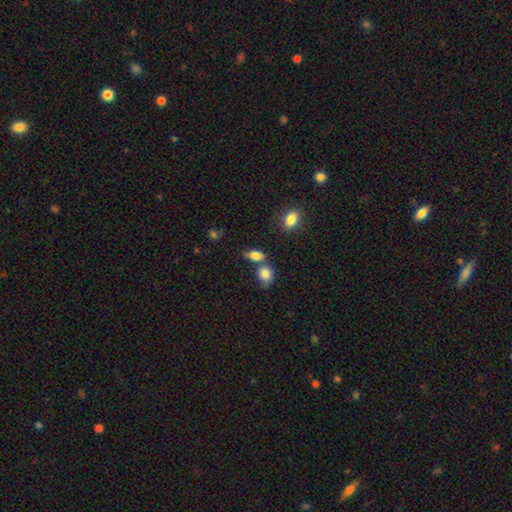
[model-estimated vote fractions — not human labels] This is clearly a smooth galaxy (83%). How rounded: likely in between (77%). Merging: possibly none (54%).